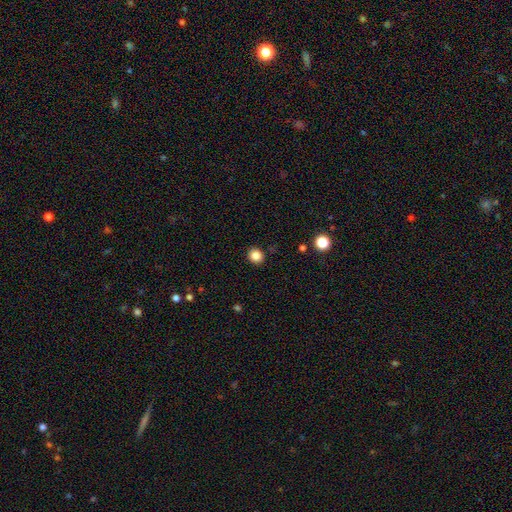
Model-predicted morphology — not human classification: The model was most divided on "smooth or featured": smooth: 84%, star or artifact: 11%, featured or disk: 4%. More confident: merging — none (91%); how rounded — round (86%).